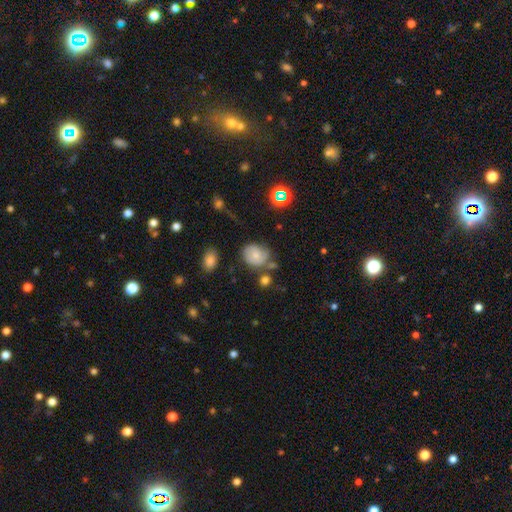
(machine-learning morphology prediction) smooth_or_featured: smooth (p=0.66) [alt: featured or disk p=0.21]
how_rounded: round (p=0.62) [alt: in between p=0.38]
merging: none (p=0.56) [alt: minor disturbance p=0.25]